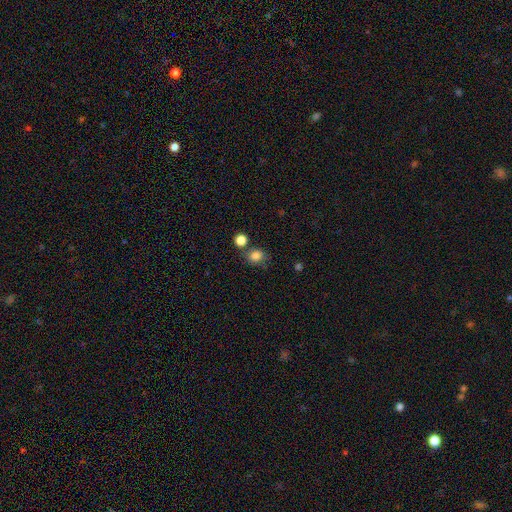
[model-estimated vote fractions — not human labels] smooth_or_featured: smooth (p=0.83) [alt: star or artifact p=0.11]
how_rounded: round (p=0.69) [alt: in between p=0.30]
merging: none (p=0.67) [alt: merger p=0.14]